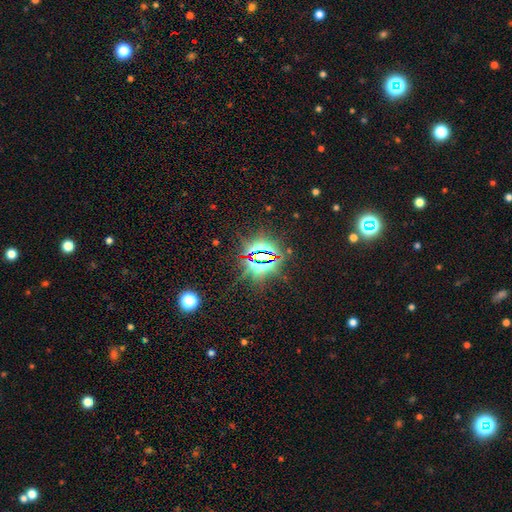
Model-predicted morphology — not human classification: A star or artifact, not a galaxy (84%).

Vote fractions:
- Smooth or featured? star or artifact: 84% / smooth: 9% / featured or disk: 7%